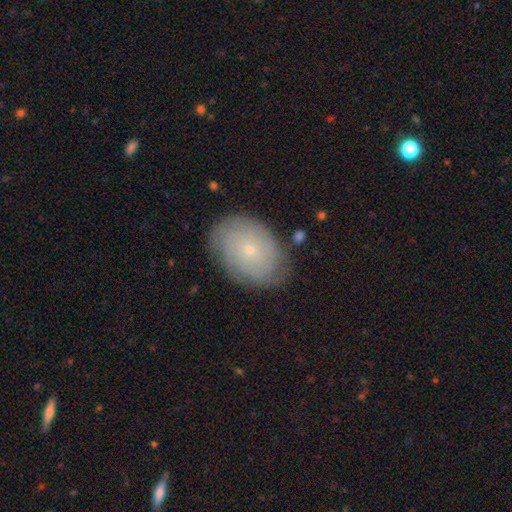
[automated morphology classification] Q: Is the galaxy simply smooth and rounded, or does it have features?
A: featured or disk — 55%.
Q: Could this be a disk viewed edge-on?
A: no — 95%.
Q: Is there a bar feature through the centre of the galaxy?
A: no — 87%.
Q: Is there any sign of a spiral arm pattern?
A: yes — 81%.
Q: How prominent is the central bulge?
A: small — 81%.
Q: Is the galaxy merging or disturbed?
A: none — 82%.